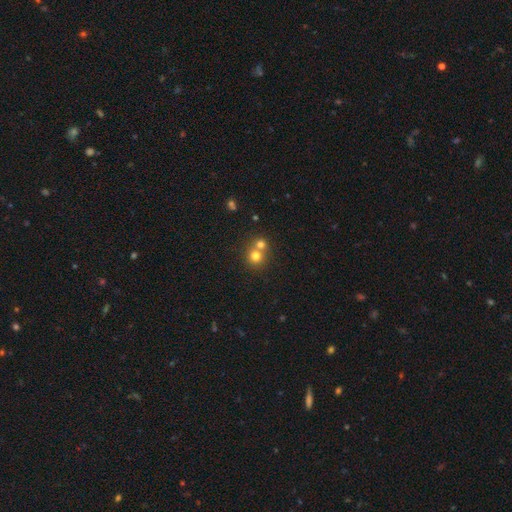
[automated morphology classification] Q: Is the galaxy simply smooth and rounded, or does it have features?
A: smooth — 75%.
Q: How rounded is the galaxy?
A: round — 89%.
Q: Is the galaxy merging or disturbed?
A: merger — 50%.